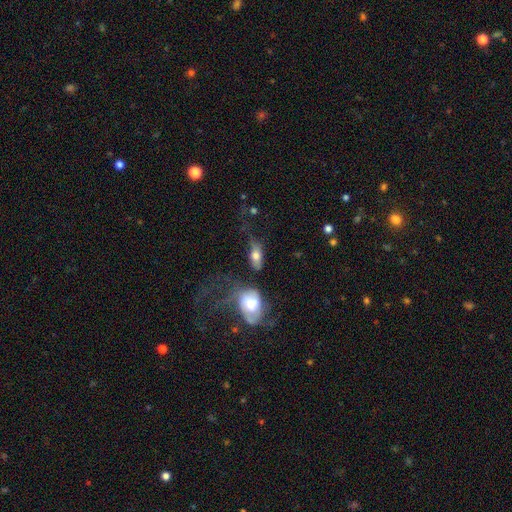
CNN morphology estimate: type=smooth (60%); roundness=in between (79%); merging=none (32%).